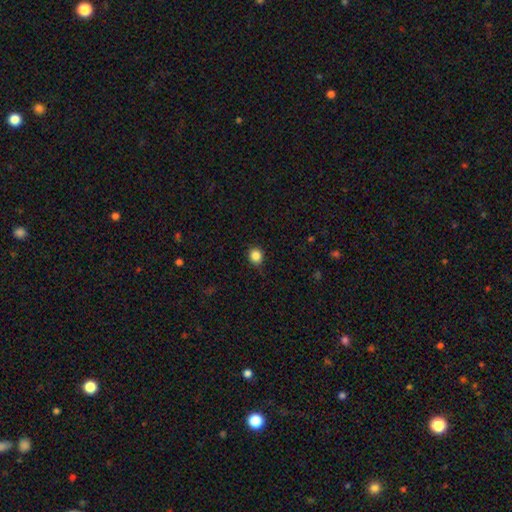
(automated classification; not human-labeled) This is clearly a smooth galaxy (85%). How rounded: likely round (77%). Merging: clearly none (83%).